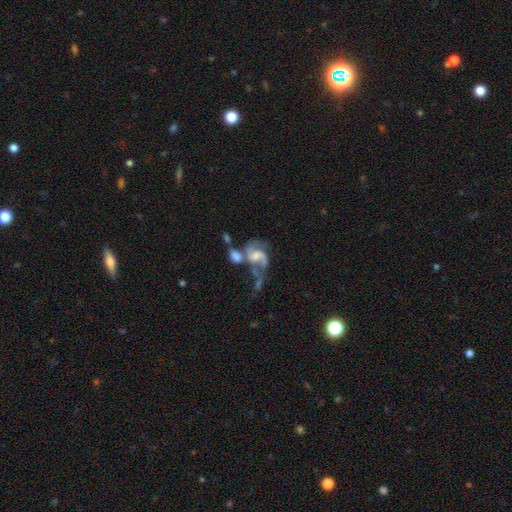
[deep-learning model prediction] smooth_or_featured: featured or disk (p=0.77) [alt: smooth p=0.14]
disk_edge_on: no (p=0.97) [alt: yes p=0.03]
bar: weak (p=0.44) [alt: no p=0.42]
has_spiral_arms: yes (p=0.88) [alt: no p=0.12]
spiral_winding: loose (p=0.50) [alt: medium p=0.39]
spiral_arm_count: 2 (p=0.74) [alt: 1 p=0.10]
bulge_size: moderate (p=0.42) [alt: small p=0.29]
merging: merger (p=0.46) [alt: major disturbance p=0.24]